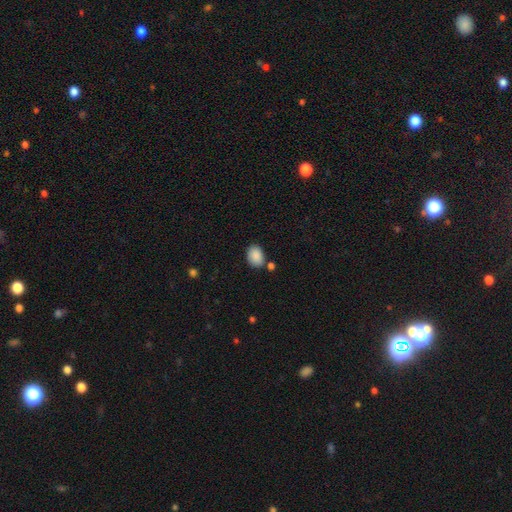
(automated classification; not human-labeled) A smooth galaxy with no disk features (89%) that is in between round and cigar-shaped (78%). Merging: none (76%).